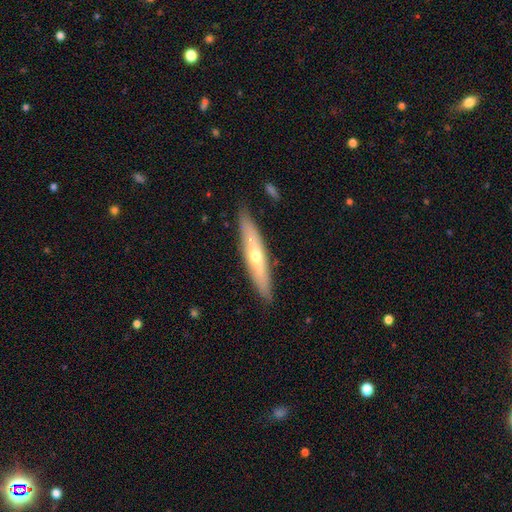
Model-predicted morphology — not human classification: type=featured or disk (58%); edge-on=yes (80%); merging=none (87%).